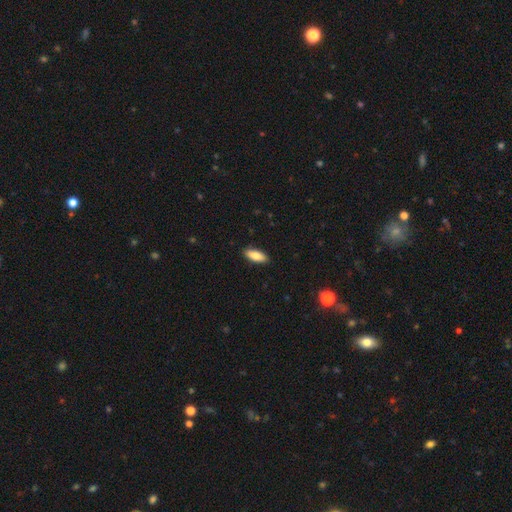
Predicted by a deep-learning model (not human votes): A smooth galaxy with no disk features (85%) that is in between round and cigar-shaped (79%).

Vote fractions:
- Smooth or featured? smooth: 85% / featured or disk: 9% / star or artifact: 6%
- How rounded? in between: 79% / cigar-shaped: 19% / round: 2%
- Merging? none: 89% / minor disturbance: 8% / major disturbance: 2% / merger: 1%